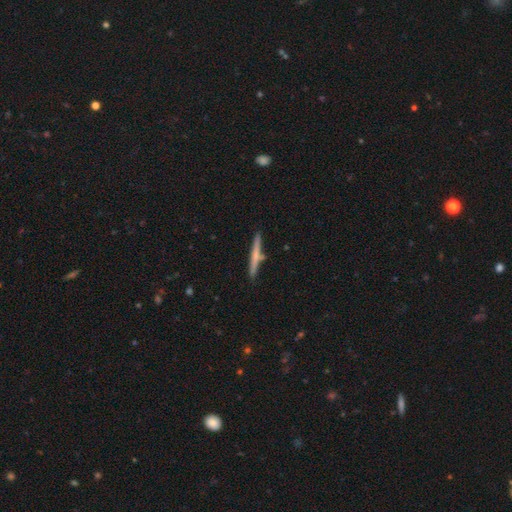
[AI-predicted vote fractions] This is possibly a smooth galaxy (50%). Merging: clearly none (84%).